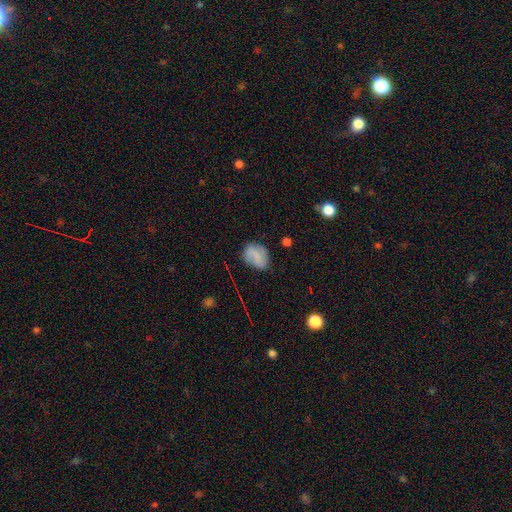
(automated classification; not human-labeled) Q: Smooth or featured?
A: smooth (67%); runner-up: featured or disk (24%)
Q: How rounded?
A: in between (59%); runner-up: round (40%)
Q: Merging?
A: none (70%); runner-up: minor disturbance (21%)